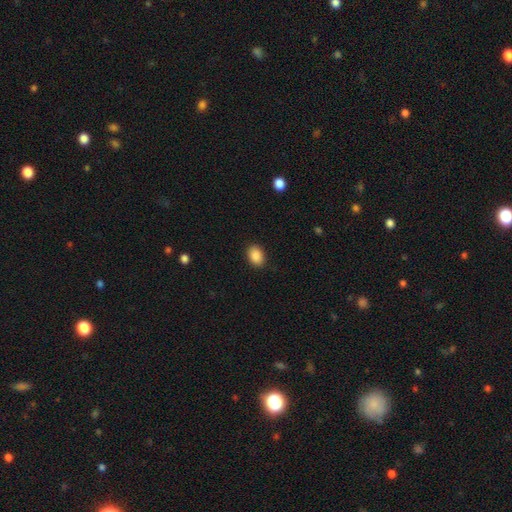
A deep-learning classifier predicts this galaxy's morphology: Smooth or featured? Predicted: smooth (p=0.89). How rounded? Predicted: in between (p=0.80). Merging? Predicted: none (p=0.89).